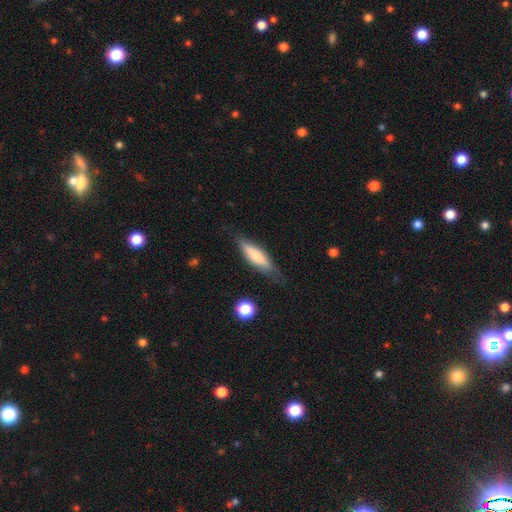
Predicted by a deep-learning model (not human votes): Smooth or featured: smooth — 64% (featured or disk — 30%)
How rounded: cigar-shaped — 65% (in between — 33%)
Merging: none — 74% (minor disturbance — 18%)